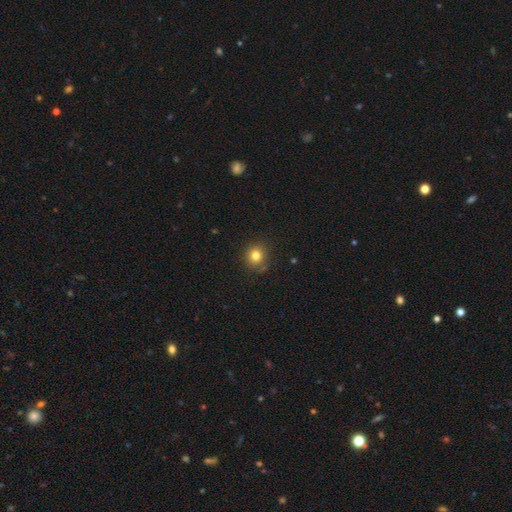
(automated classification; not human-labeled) Morphology: type=smooth (80%); roundness=round (89%); merging=none (86%).